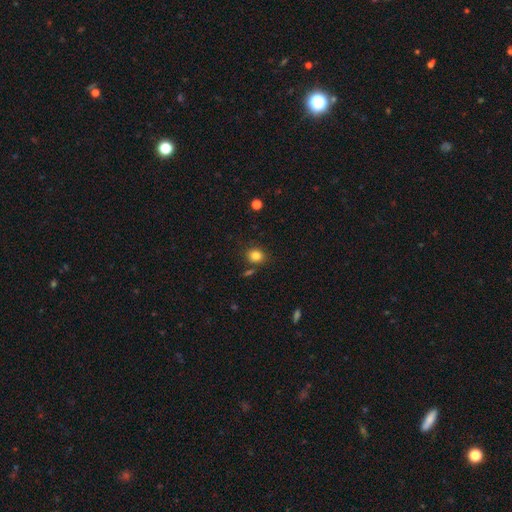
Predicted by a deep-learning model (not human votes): Smooth or featured: smooth — 82% (star or artifact — 12%)
How rounded: round — 72% (in between — 27%)
Merging: none — 81% (minor disturbance — 10%)